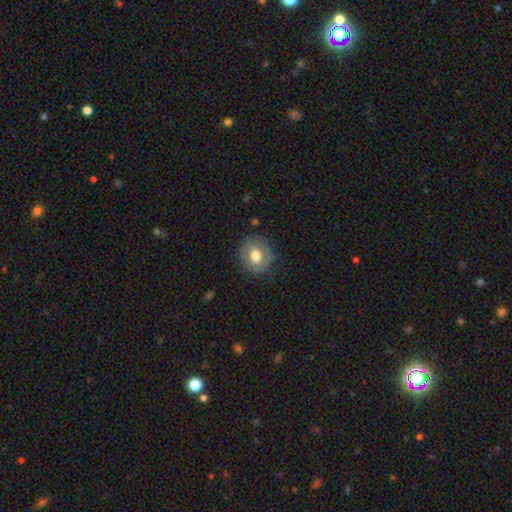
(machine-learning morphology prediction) This appears to be a smooth galaxy with no disk features (63%) that is round (75%). Merging: none (78%).